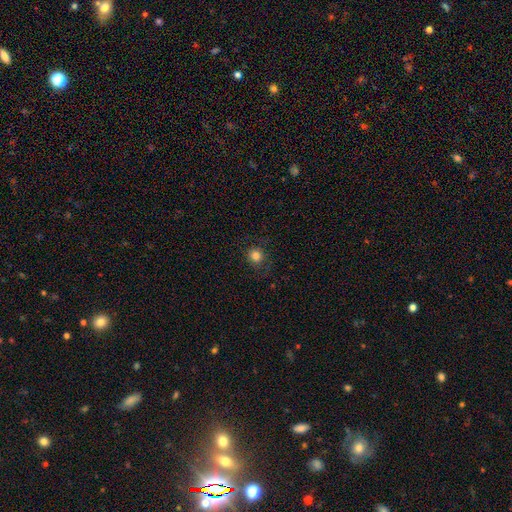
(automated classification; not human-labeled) This appears to be a smooth galaxy with no disk features (82%) that is round (90%). Merging: none (83%).